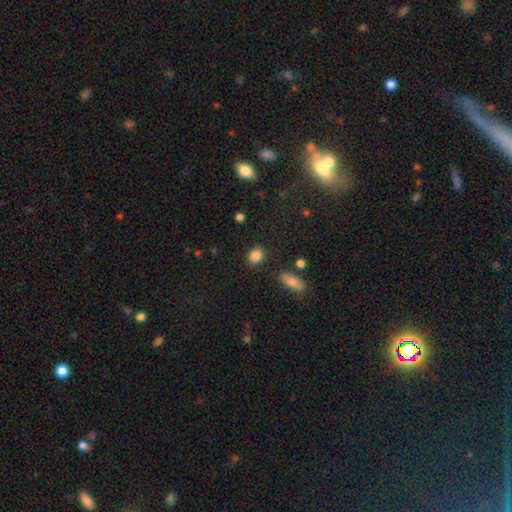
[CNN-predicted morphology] Smooth or featured? smooth (86%)
How rounded? round (57%)
Merging? none (86%)